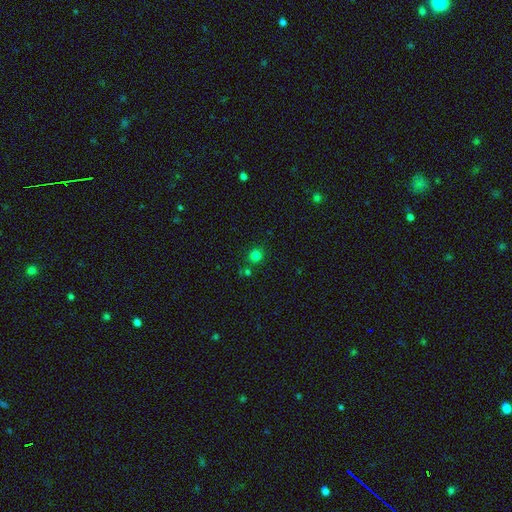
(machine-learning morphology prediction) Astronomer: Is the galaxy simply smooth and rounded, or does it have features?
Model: smooth — 78%.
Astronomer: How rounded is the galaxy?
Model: round — 89%.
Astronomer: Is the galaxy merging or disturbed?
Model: none — 78%.